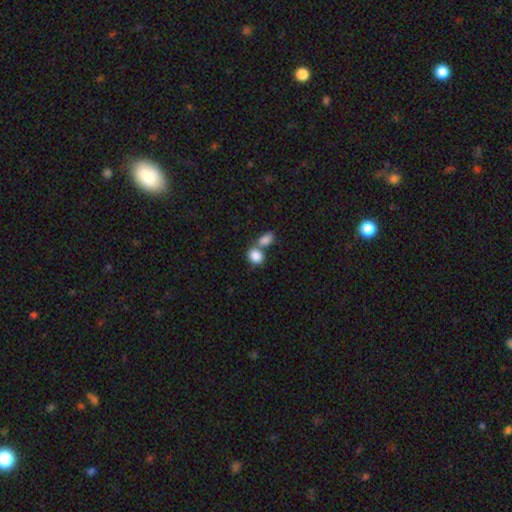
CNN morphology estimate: Smooth or featured: smooth — 86% (star or artifact — 8%)
How rounded: in between — 51% (round — 48%)
Merging: merger — 53% (none — 36%)